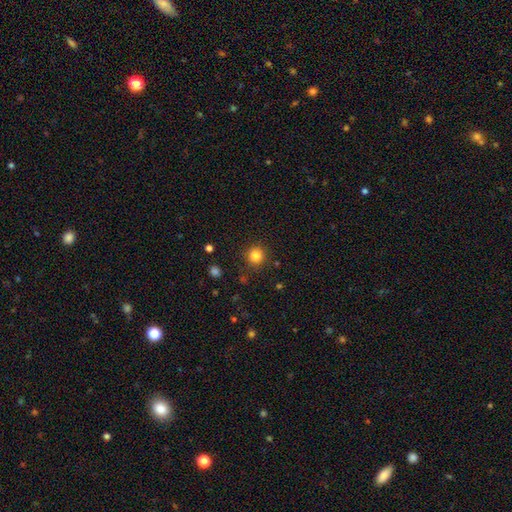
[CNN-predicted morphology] smooth-or-featured: smooth: 83% | star or artifact: 12% | featured or disk: 5%
  how-rounded: round: 93% | in between: 6% | cigar-shaped: 1%
  merging: none: 88% | minor disturbance: 7% | major disturbance: 3% | merger: 2%